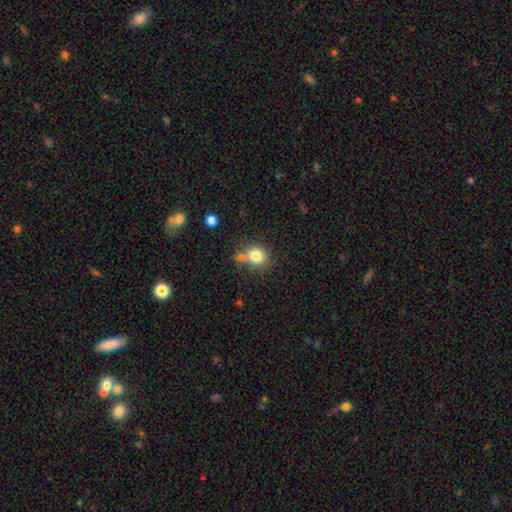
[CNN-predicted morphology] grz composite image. It shows a smooth galaxy with no disk features (80%) that is round (72%). Merging: none (56%).